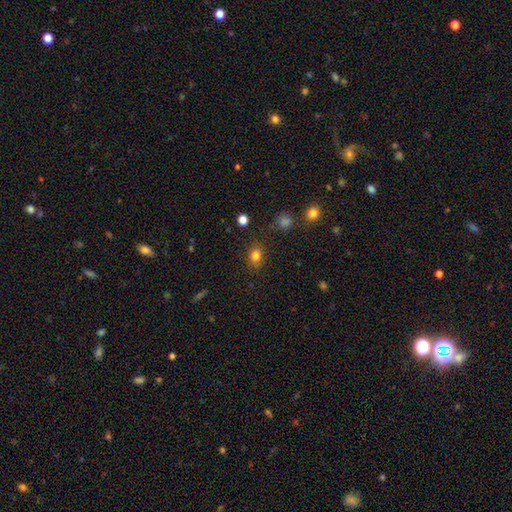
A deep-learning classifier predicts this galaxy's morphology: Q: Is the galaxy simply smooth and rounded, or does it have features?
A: smooth — 80%.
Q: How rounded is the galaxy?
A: round — 49%, tied with in between.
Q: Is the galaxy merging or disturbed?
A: none — 82%.